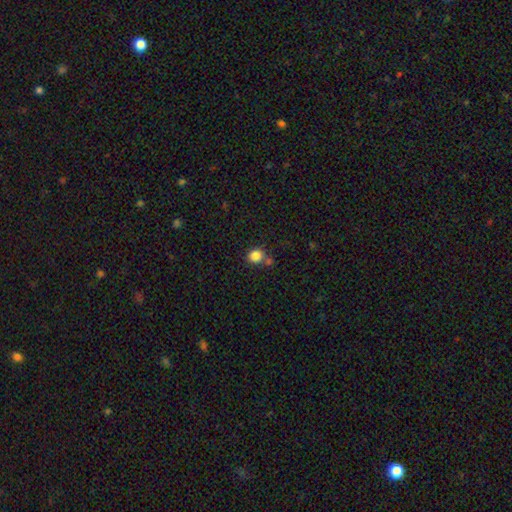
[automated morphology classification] The model was most divided on "merging": none: 65%, merger: 20%, minor disturbance: 11%, major disturbance: 4%. More confident: smooth or featured — smooth (84%); how rounded — round (83%).